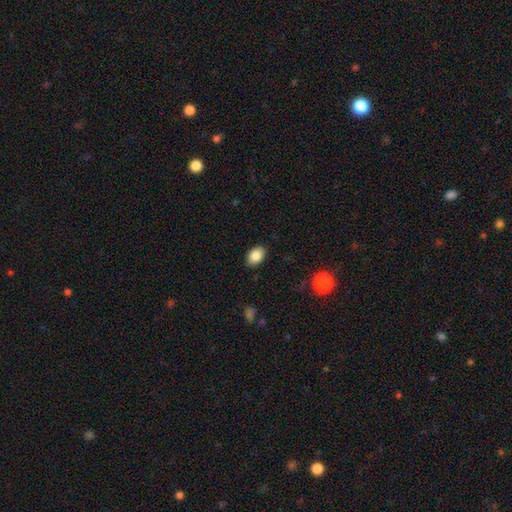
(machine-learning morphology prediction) A smooth galaxy with no disk features (85%) that is in between round and cigar-shaped (86%).

Vote fractions:
- Smooth or featured? smooth: 85% / star or artifact: 8% / featured or disk: 6%
- How rounded? in between: 86% / round: 13% / cigar-shaped: 1%
- Merging? none: 88% / minor disturbance: 9% / major disturbance: 2% / merger: 1%